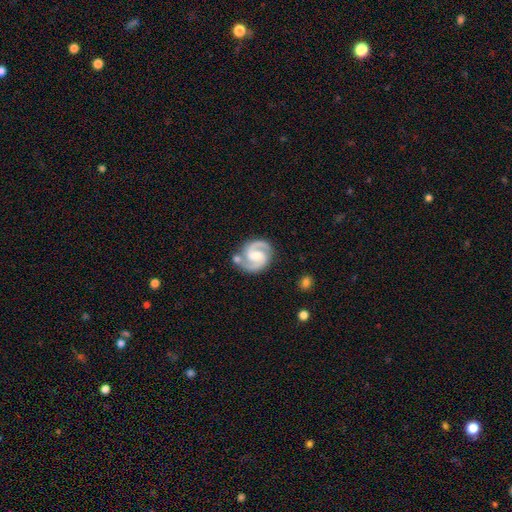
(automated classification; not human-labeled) The model was most divided on "bar": weak: 44%, no: 39%, strong: 17%. More confident: spiral arms — yes (98%); edge-on disk — no (98%); spiral arm count — 2 (94%); smooth or featured — featured or disk (92%); merging — none (75%); spiral winding — medium (56%); bulge size — moderate (54%).